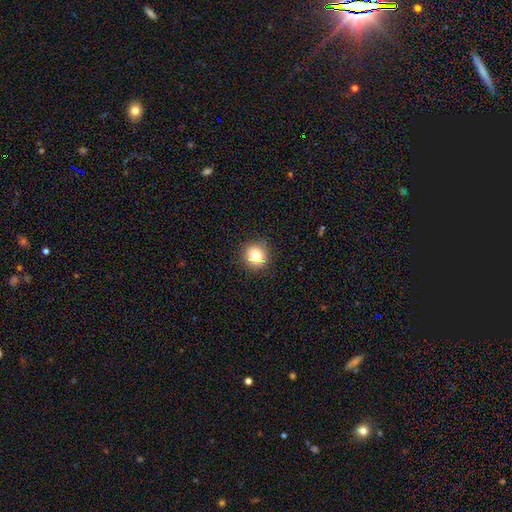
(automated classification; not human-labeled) This appears to be a smooth galaxy with no disk features (77%) that is round (91%). Merging: none (89%).